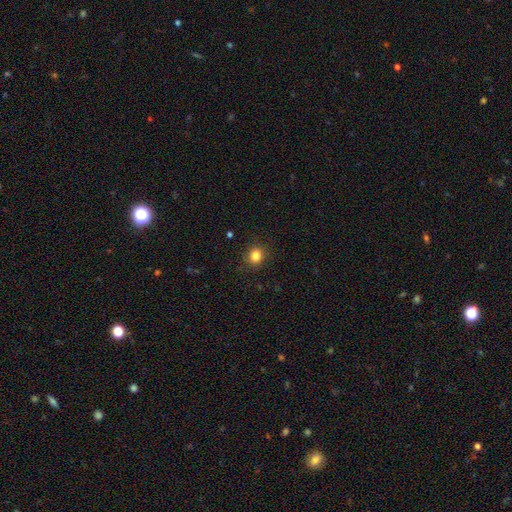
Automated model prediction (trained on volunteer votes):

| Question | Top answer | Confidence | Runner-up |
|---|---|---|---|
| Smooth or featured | smooth | 83% | star or artifact (12%) |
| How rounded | round | 78% | in between (21%) |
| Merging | none | 88% | minor disturbance (8%) |